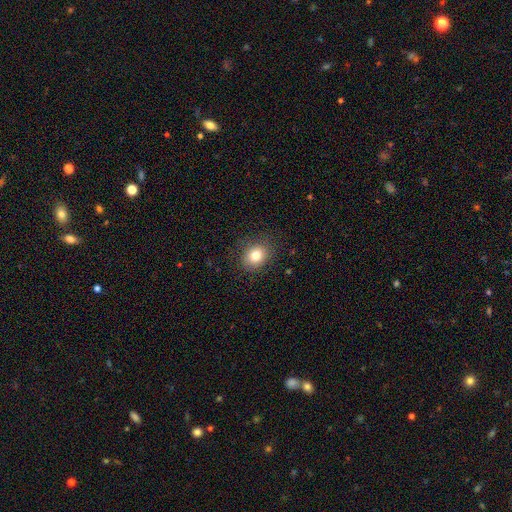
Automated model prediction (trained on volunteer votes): Smooth or featured? smooth (81%)
How rounded? round (57%)
Merging? none (84%)